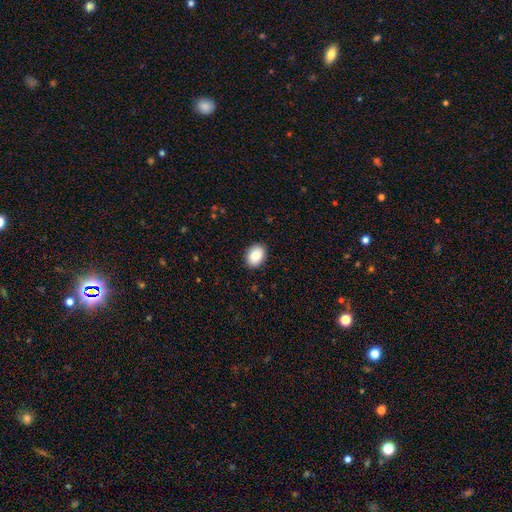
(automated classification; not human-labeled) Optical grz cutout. It shows a smooth galaxy with no disk features (84%) that is in between round and cigar-shaped (69%). Merging: none (90%).